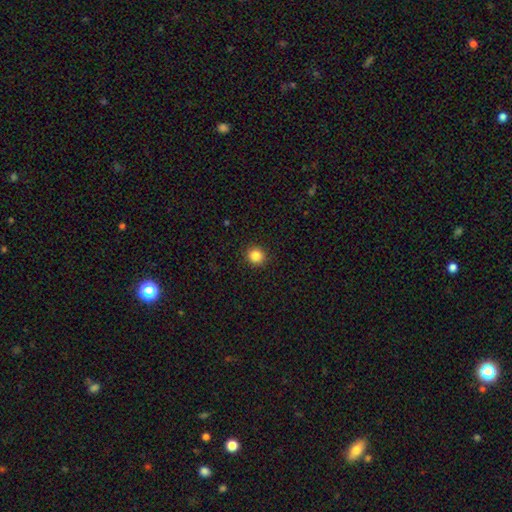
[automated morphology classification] Overall: smooth (85%). How rounded: round (91%). Merging: none (92%).